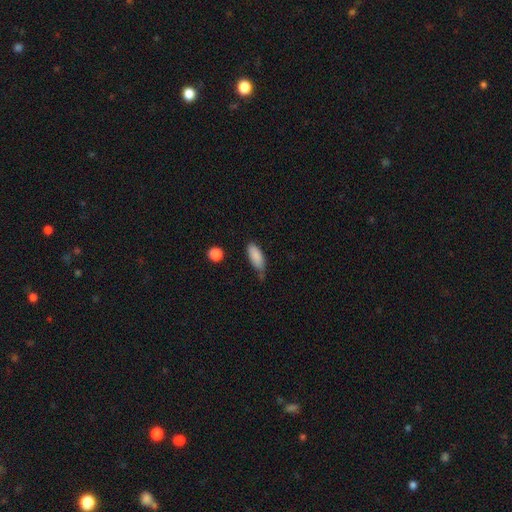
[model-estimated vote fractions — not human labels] Smooth or featured?
  - smooth: 87% *
  - star or artifact: 7%
  - featured or disk: 6%
How rounded?
  - in between: 76% *
  - cigar-shaped: 22%
  - round: 2%
Merging?
  - none: 53% *
  - minor disturbance: 35%
  - major disturbance: 7%
  - merger: 5%